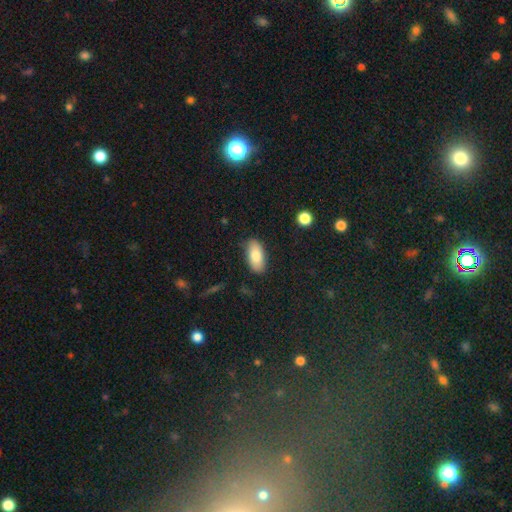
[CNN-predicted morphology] smooth_or_featured: smooth (p=0.82) [alt: featured or disk p=0.11]
how_rounded: in between (p=0.91) [alt: cigar-shaped p=0.07]
merging: none (p=0.84) [alt: minor disturbance p=0.12]